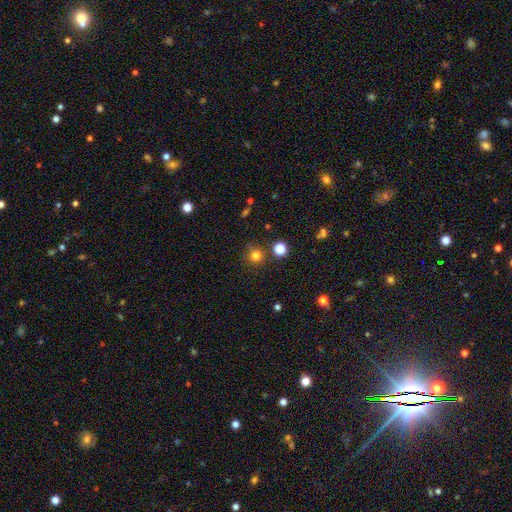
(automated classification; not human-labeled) Smooth or featured?
  - smooth: 79% *
  - star or artifact: 16%
  - featured or disk: 6%
How rounded?
  - round: 93% *
  - in between: 6%
  - cigar-shaped: 1%
Merging?
  - none: 83% *
  - minor disturbance: 9%
  - merger: 5%
  - major disturbance: 3%